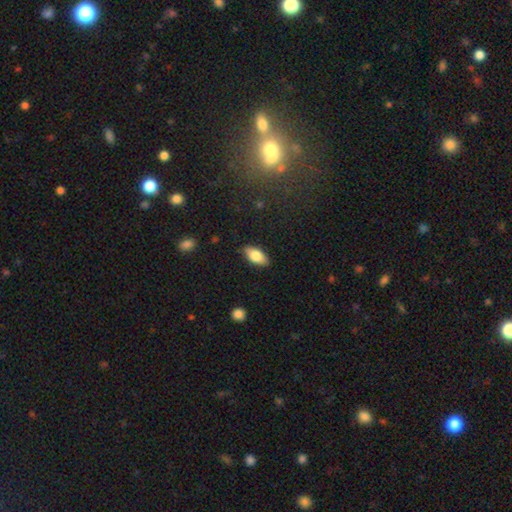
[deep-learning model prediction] Morphology: type=smooth (78%); roundness=in between (90%); merging=none (86%).